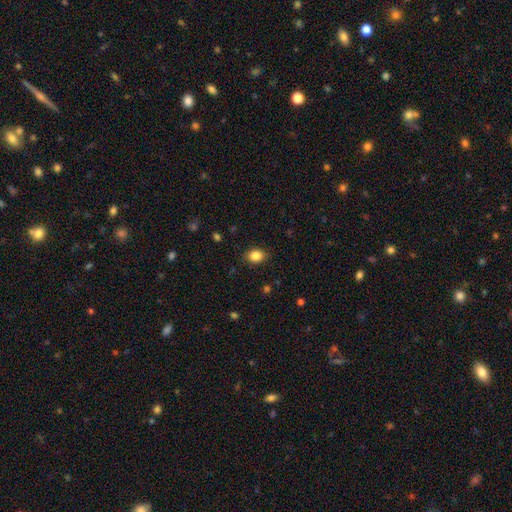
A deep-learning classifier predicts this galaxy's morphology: A smooth galaxy with no disk features (85%) that is in between round and cigar-shaped (60%). Merging: none (87%).